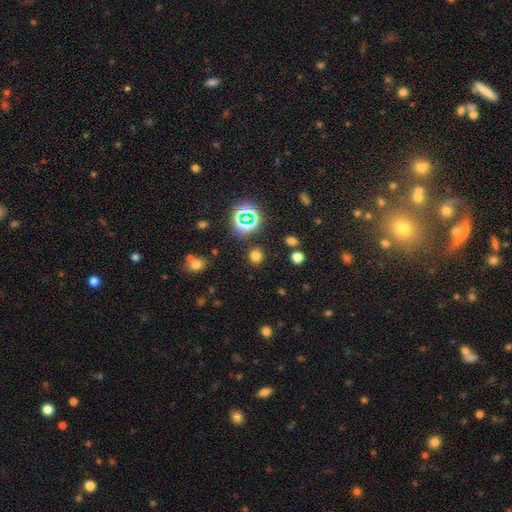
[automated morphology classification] smooth 71%, star or artifact 24%, featured or disk 5%. Down the decision tree: how rounded — round (86%); merging — none (87%).